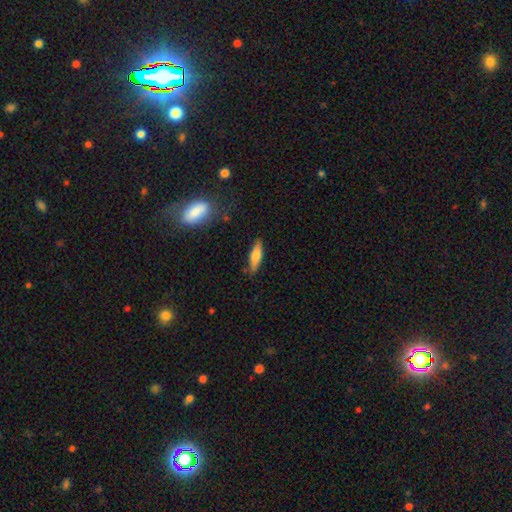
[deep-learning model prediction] Smooth or featured: smooth — 71% (featured or disk — 23%)
How rounded: cigar-shaped — 59% (in between — 39%)
Merging: none — 79% (minor disturbance — 16%)